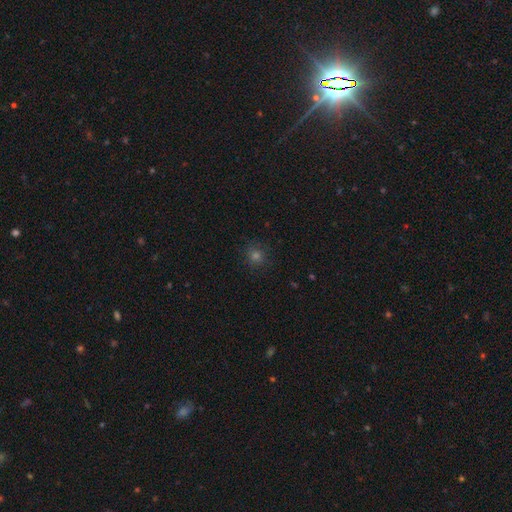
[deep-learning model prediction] Q: Smooth or featured?
A: smooth (68%); runner-up: star or artifact (26%)
Q: How rounded?
A: round (92%); runner-up: in between (7%)
Q: Merging?
A: none (89%); runner-up: minor disturbance (8%)